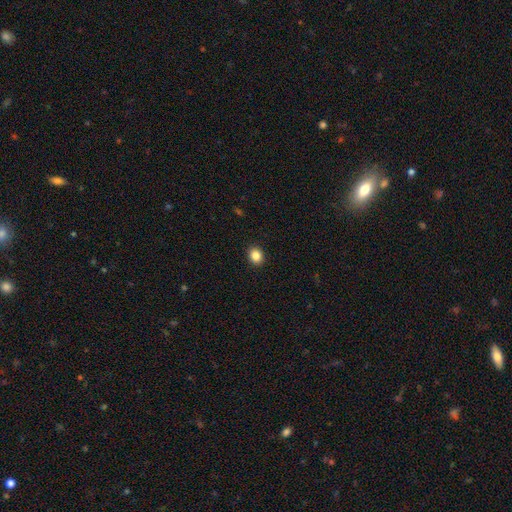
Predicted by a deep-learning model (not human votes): Overall: smooth (86%). How rounded: round (62%; in between 37%). Merging: none (92%).